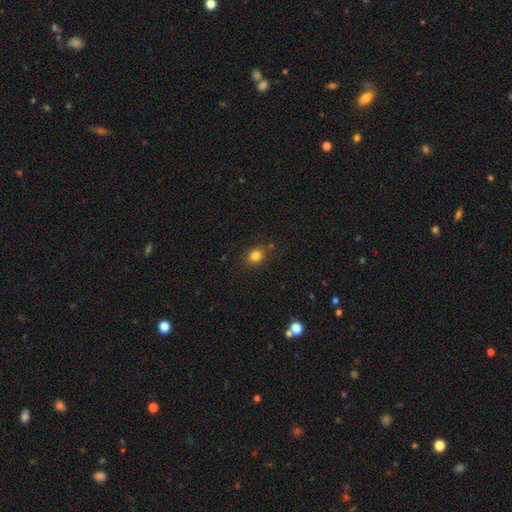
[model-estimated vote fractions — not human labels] Smooth or featured?
  - smooth: 82% *
  - star or artifact: 12%
  - featured or disk: 6%
How rounded?
  - round: 57% *
  - in between: 42%
  - cigar-shaped: 1%
Merging?
  - none: 84% *
  - minor disturbance: 11%
  - merger: 3%
  - major disturbance: 3%